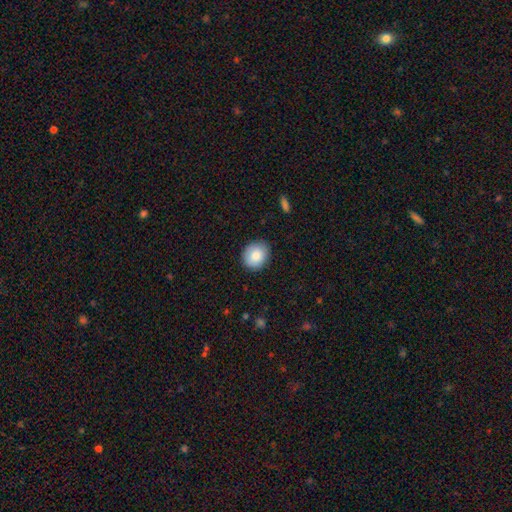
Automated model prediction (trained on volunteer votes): A smooth galaxy with no disk features (85%) that is round (63%).

Vote fractions:
- Smooth or featured? smooth: 85% / featured or disk: 8% / star or artifact: 7%
- How rounded? round: 63% / in between: 36% / cigar-shaped: 1%
- Merging? none: 87% / minor disturbance: 10% / major disturbance: 2% / merger: 1%